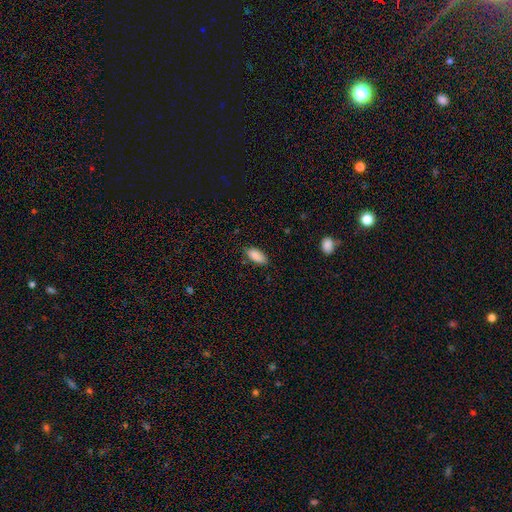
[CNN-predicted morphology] Smooth or featured? smooth (88%)
How rounded? in between (89%)
Merging? none (80%)